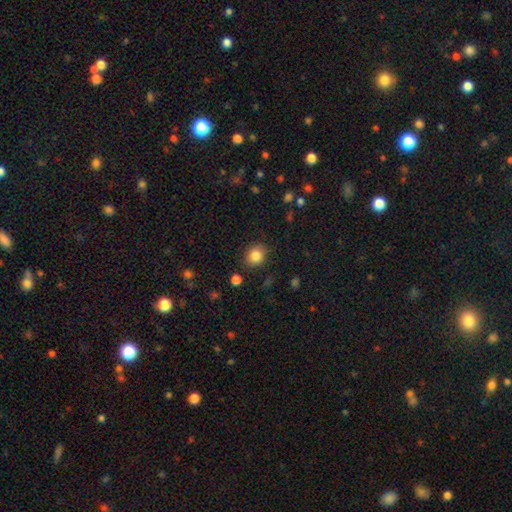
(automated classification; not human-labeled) Morphology: type=smooth (84%); roundness=round (65%); merging=none (86%).